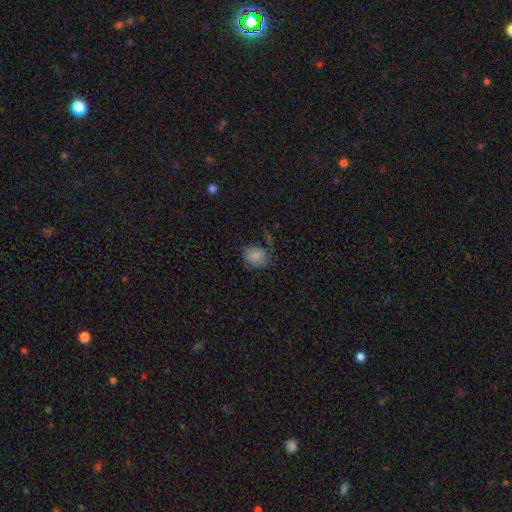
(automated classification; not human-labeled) A smooth galaxy with no disk features (77%) that is round (50%).

Vote fractions:
- Smooth or featured? smooth: 77% / featured or disk: 12% / star or artifact: 10%
- How rounded? round: 50% / in between: 49% / cigar-shaped: 1%
- Merging? none: 50% / minor disturbance: 24% / major disturbance: 20% / merger: 5%